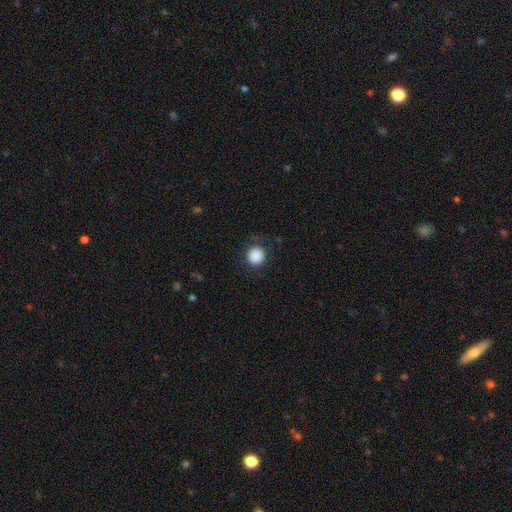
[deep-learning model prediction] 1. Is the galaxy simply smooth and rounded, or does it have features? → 88% smooth, 9% star or artifact, 3% featured or disk.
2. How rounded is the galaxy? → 91% round, 8% in between, 1% cigar-shaped.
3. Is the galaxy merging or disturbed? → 85% none, 10% minor disturbance, 4% major disturbance, 1% merger.